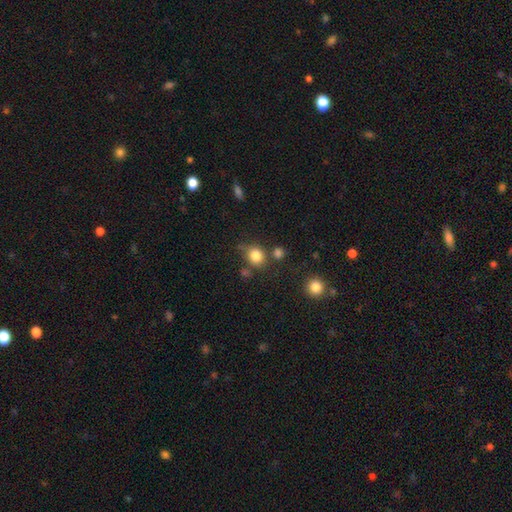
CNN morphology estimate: This appears to be a smooth galaxy with no disk features (82%) that is round (78%). Merging: none (66%).